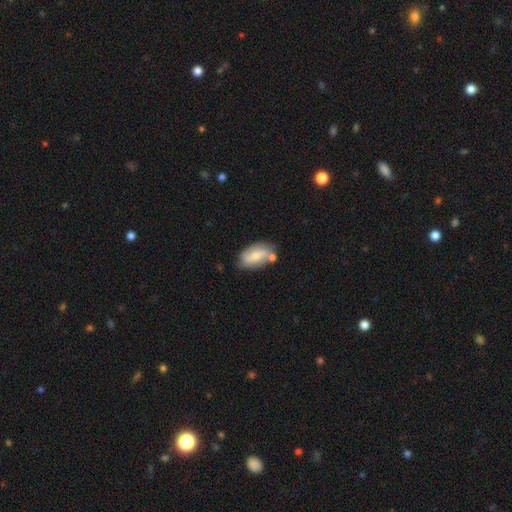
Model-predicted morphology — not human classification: smooth_or_featured: smooth (p=0.55) [alt: featured or disk p=0.38]
how_rounded: in between (p=0.90) [alt: round p=0.05]
merging: none (p=0.61) [alt: minor disturbance p=0.19]